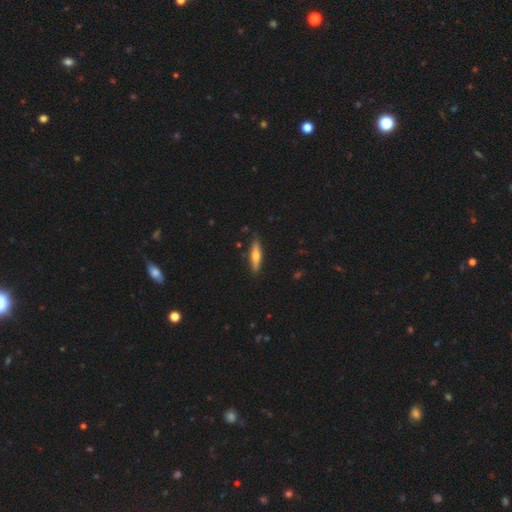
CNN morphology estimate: smooth 52%, featured or disk 43%, star or artifact 6%. Down the decision tree: how rounded — cigar-shaped (78%); merging — none (87%).